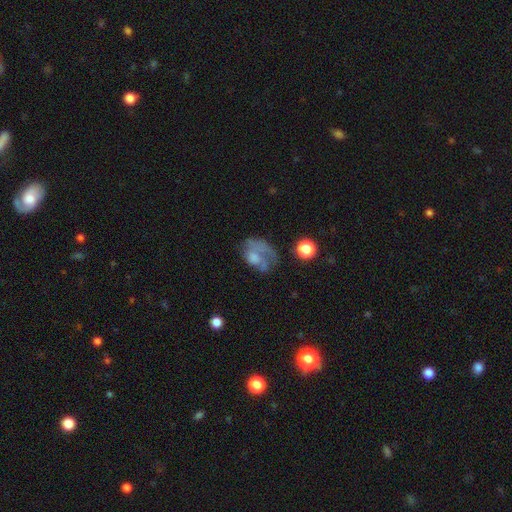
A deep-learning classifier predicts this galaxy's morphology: Overall: featured or disk (47%; smooth 41%). Merging: major disturbance (45%; none 29%).